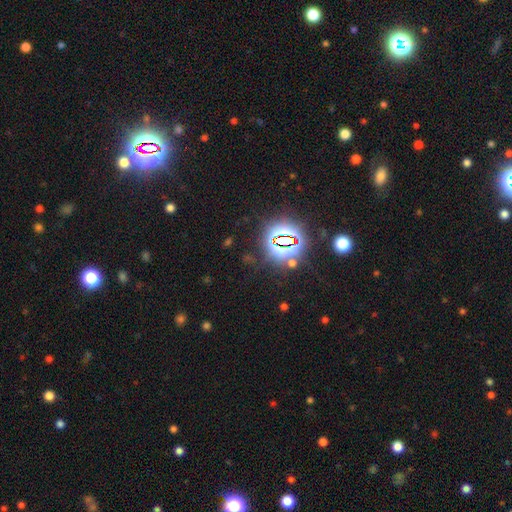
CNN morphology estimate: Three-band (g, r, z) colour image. It shows a star or artifact, not a galaxy (82%).